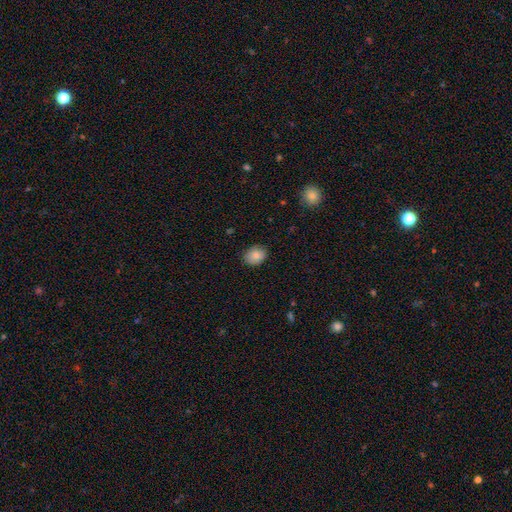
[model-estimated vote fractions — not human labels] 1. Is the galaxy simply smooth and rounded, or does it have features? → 85% smooth, 8% star or artifact, 8% featured or disk.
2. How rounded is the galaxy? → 62% in between, 37% round, 1% cigar-shaped.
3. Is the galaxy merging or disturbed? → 83% none, 14% minor disturbance, 3% major disturbance, 1% merger.